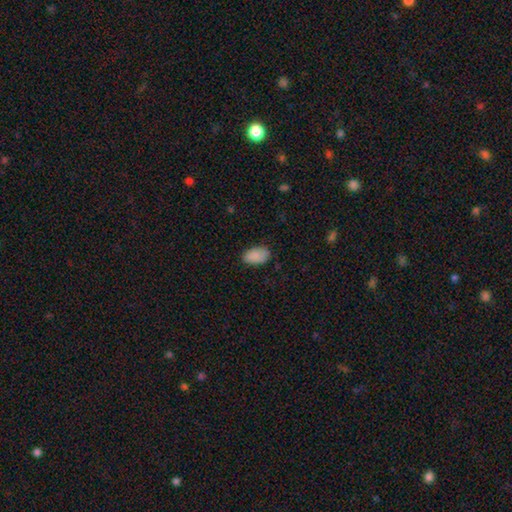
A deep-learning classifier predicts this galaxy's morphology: This is clearly a smooth galaxy (88%). How rounded: clearly in between (93%). Merging: likely none (78%).